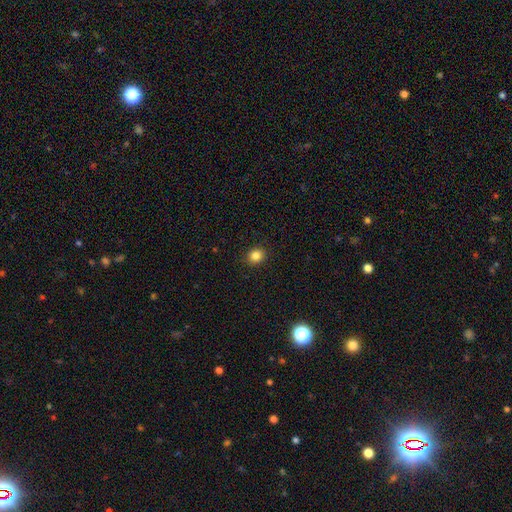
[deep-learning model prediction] Smooth or featured? Predicted: smooth (p=0.84). How rounded? Predicted: round (p=0.76). Merging? Predicted: none (p=0.91).